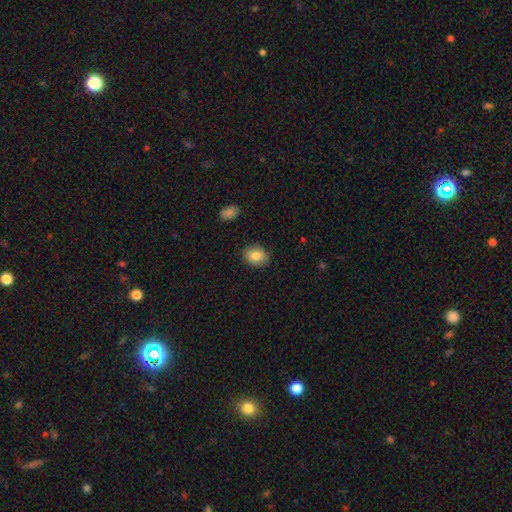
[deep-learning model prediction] A smooth galaxy with no disk features (84%) that is in between round and cigar-shaped (56%). Merging: none (88%).